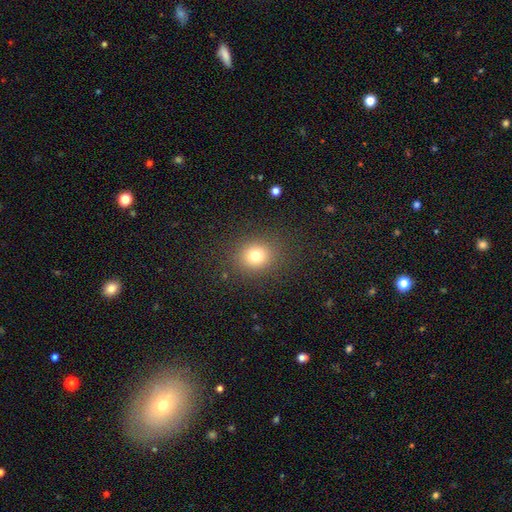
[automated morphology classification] smooth-or-featured: smooth: 76% | star or artifact: 15% | featured or disk: 9%
  how-rounded: round: 79% | in between: 20% | cigar-shaped: 1%
  merging: none: 87% | minor disturbance: 8% | major disturbance: 4% | merger: 1%